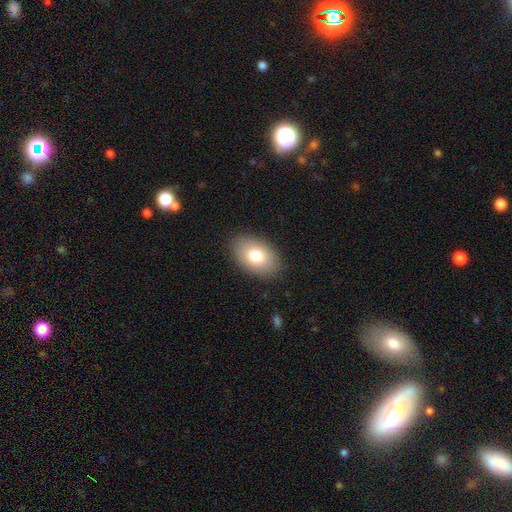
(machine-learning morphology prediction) Smooth or featured?
  - smooth: 78% *
  - featured or disk: 14%
  - star or artifact: 8%
How rounded?
  - in between: 89% *
  - round: 9%
  - cigar-shaped: 1%
Merging?
  - none: 87% *
  - minor disturbance: 9%
  - major disturbance: 3%
  - merger: 1%